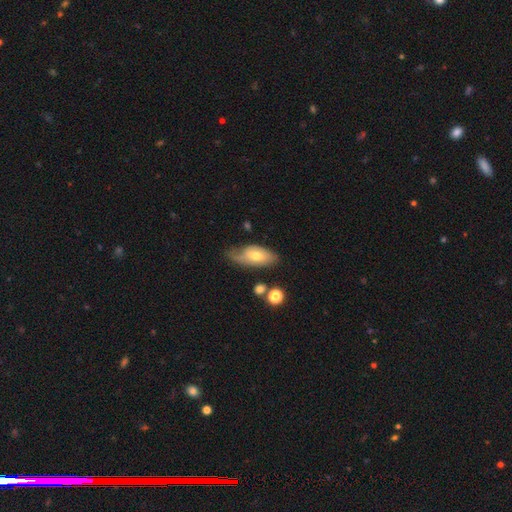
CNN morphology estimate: type=smooth (55%); roundness=in between (87%); merging=none (43%).